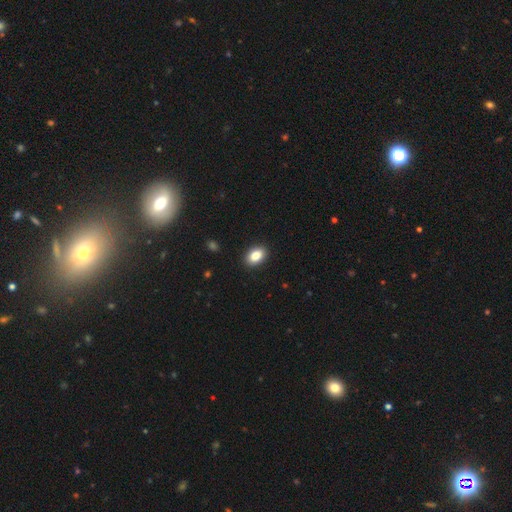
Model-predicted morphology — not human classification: The model was most divided on "how rounded": in between: 84%, round: 14%, cigar-shaped: 1%. More confident: merging — none (91%); smooth or featured — smooth (86%).